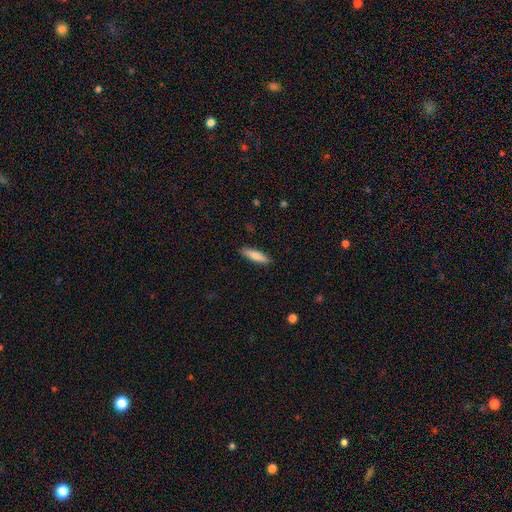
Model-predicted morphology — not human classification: smooth_or_featured: smooth (p=0.81) [alt: featured or disk p=0.13]
how_rounded: cigar-shaped (p=0.67) [alt: in between p=0.31]
merging: none (p=0.89) [alt: minor disturbance p=0.08]